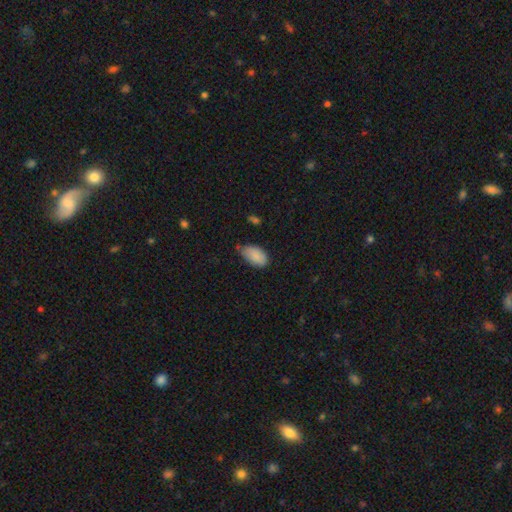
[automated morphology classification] type=smooth (87%); roundness=in between (94%); merging=none (58%).